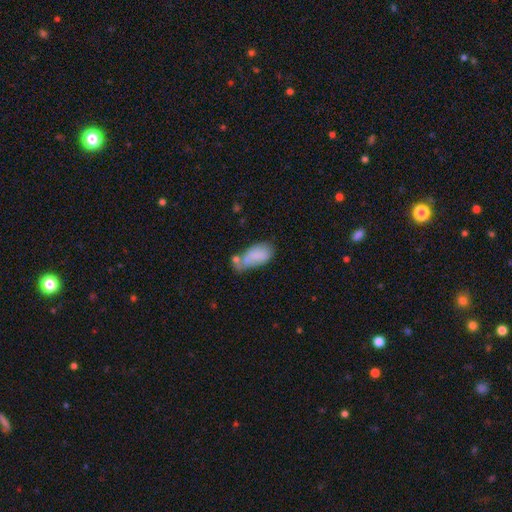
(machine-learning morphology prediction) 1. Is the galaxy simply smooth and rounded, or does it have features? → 73% smooth, 19% featured or disk, 8% star or artifact.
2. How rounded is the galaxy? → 93% in between, 4% round, 3% cigar-shaped.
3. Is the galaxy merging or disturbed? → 29% minor disturbance, 28% none, 24% merger, 18% major disturbance.